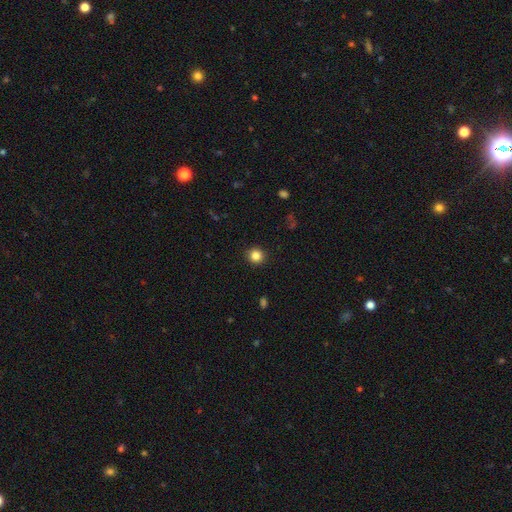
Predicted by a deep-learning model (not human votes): A smooth galaxy with no disk features (85%) that is round (91%). Merging: none (92%).